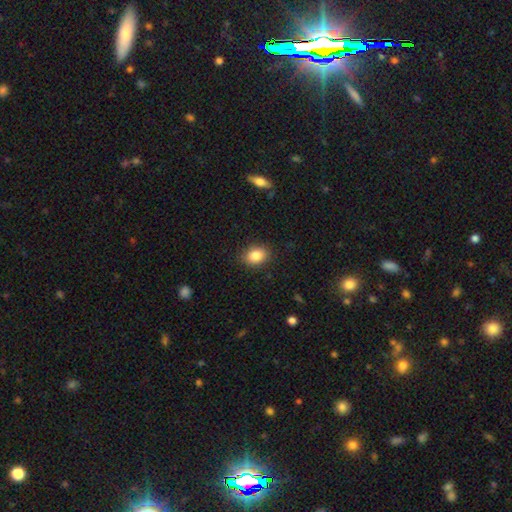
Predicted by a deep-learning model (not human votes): Overall: smooth (85%). How rounded: in between (66%; round 32%). Merging: none (86%).